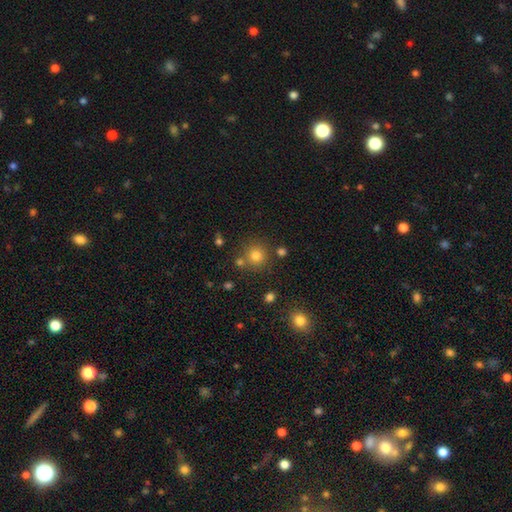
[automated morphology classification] smooth_or_featured: smooth (p=0.78) [alt: star or artifact p=0.15]
how_rounded: round (p=0.92) [alt: in between p=0.07]
merging: none (p=0.76) [alt: merger p=0.11]